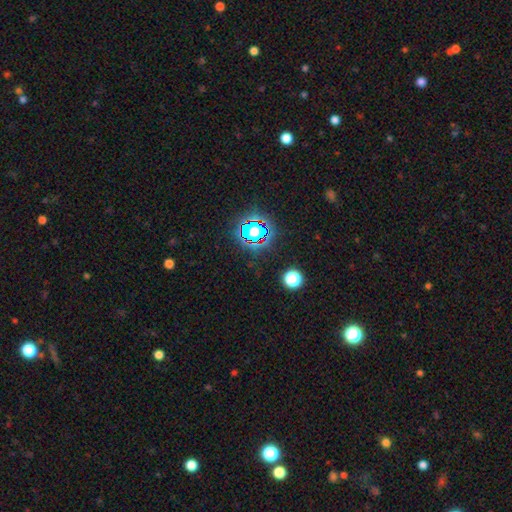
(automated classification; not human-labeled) star or artifact 78%, smooth 14%, featured or disk 8%.